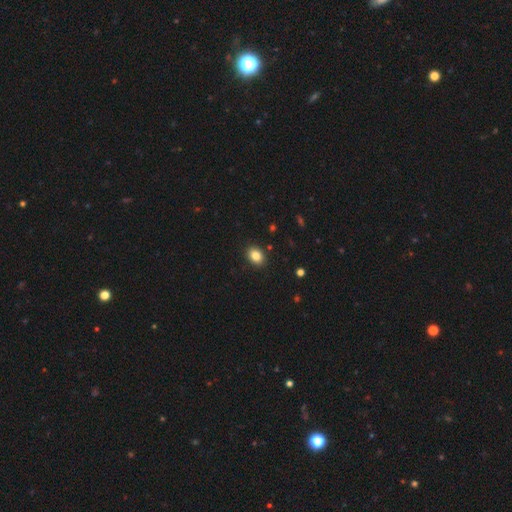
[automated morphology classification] This appears to be a smooth galaxy with no disk features (84%) that is in between round and cigar-shaped (68%). Merging: none (89%).